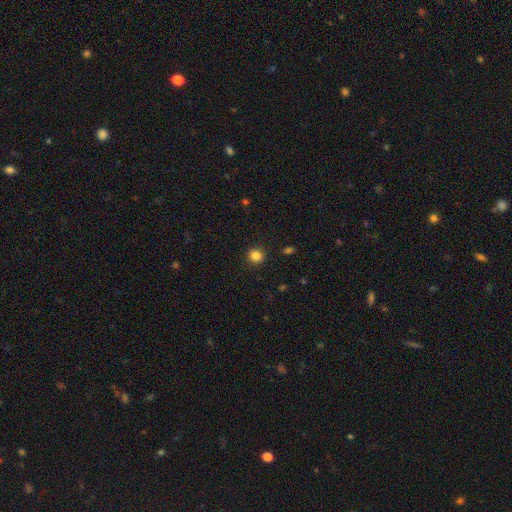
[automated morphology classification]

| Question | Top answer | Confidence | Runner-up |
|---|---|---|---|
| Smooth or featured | smooth | 85% | star or artifact (12%) |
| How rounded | round | 91% | in between (8%) |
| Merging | none | 92% | minor disturbance (5%) |